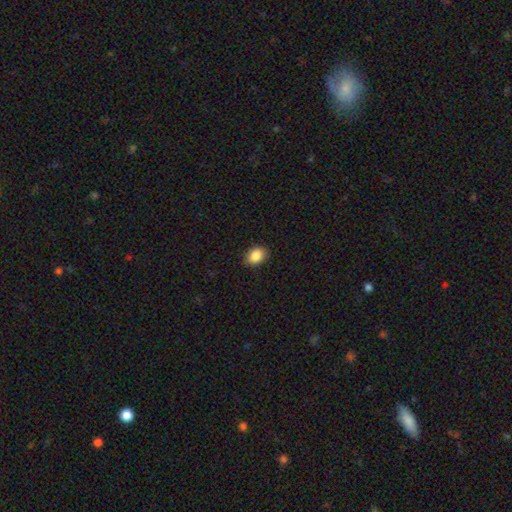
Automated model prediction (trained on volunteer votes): Morphology: type=smooth (88%); roundness=in between (68%); merging=none (89%).